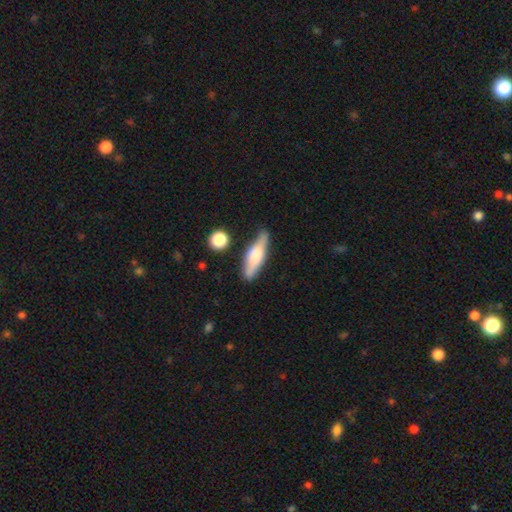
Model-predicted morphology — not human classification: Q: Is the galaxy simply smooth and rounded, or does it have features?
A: smooth — 54%.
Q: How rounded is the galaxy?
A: cigar-shaped — 61%.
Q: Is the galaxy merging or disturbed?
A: none — 74%.